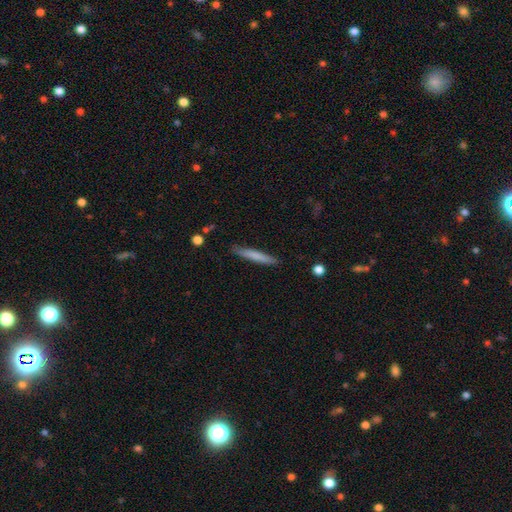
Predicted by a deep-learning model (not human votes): smooth_or_featured: smooth (p=0.72) [alt: featured or disk p=0.22]
how_rounded: cigar-shaped (p=0.94) [alt: in between p=0.04]
merging: none (p=0.87) [alt: minor disturbance p=0.10]